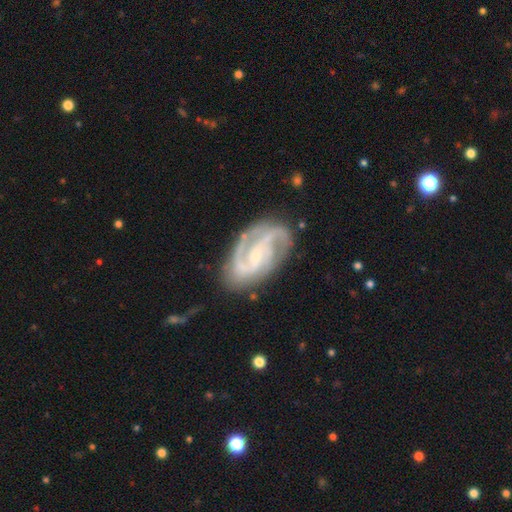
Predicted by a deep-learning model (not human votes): smooth-or-featured: featured or disk: 90% | smooth: 6% | star or artifact: 5%
  disk-edge-on: no: 97% | yes: 3%
    bar: weak: 45% | no: 37% | strong: 18%
    has-spiral-arms: yes: 98% | no: 2%
      spiral-winding: medium: 51% | tight: 36% | loose: 13%
      spiral-arm-count: 2: 65% | 3: 18% | can't tell: 8% | 1: 3% | 4: 3% | more than 4: 2%
    bulge-size: small: 64% | moderate: 26% | none: 7% | large: 2% | dominant: 1%
  merging: none: 71% | minor disturbance: 19% | major disturbance: 8% | merger: 2%